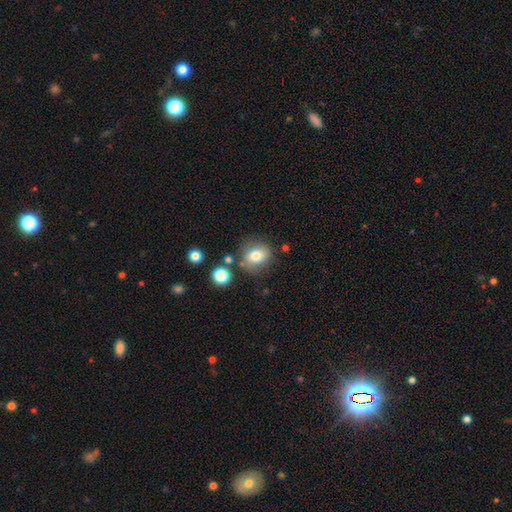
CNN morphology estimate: The model was most divided on "how rounded": round: 72%, in between: 27%, cigar-shaped: 1%. More confident: smooth or featured — smooth (76%); merging — none (74%).